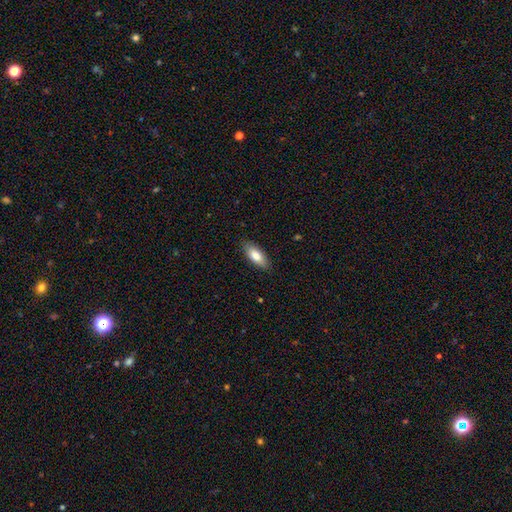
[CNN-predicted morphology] The model was most divided on "how rounded": in between: 78%, cigar-shaped: 20%, round: 2%. More confident: merging — none (87%); smooth or featured — smooth (82%).